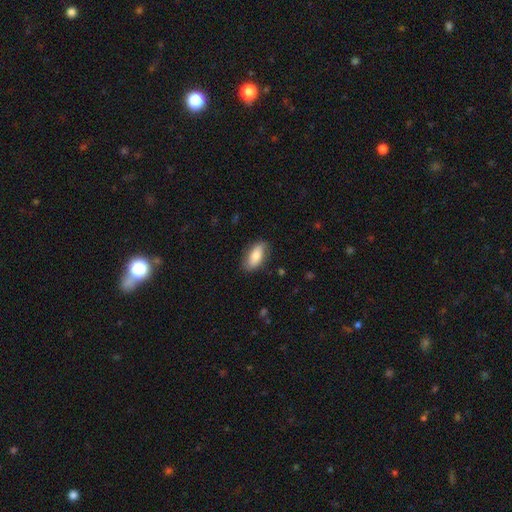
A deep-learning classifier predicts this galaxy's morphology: A smooth galaxy with no disk features (75%) that is in between round and cigar-shaped (87%). Merging: none (81%).